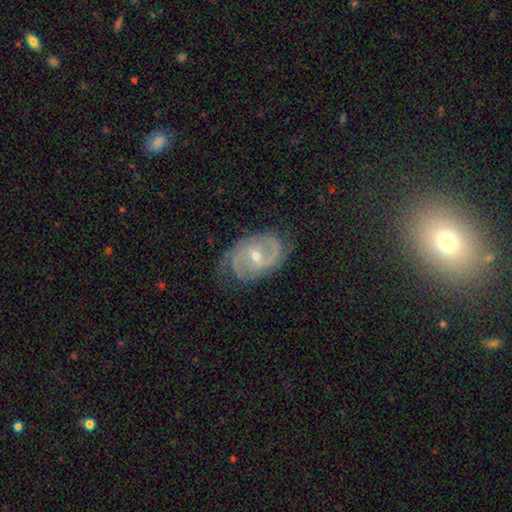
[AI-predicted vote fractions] A featured or disk galaxy (87%) with no bar (45%), 2 (68%) medium (44%, tied with tight) spiral arms (97%) and a small central bulge (50%).

Vote fractions:
- Smooth or featured? featured or disk: 87% / smooth: 7% / star or artifact: 6%
- Edge-on disk? no: 97% / yes: 3%
- Bar? no: 45% / weak: 42% / strong: 13%
- Spiral arms? yes: 97% / no: 3%
- Spiral winding? medium: 44% (tied) / tight: 44% (tied) / loose: 12%
- Spiral arm count? 2: 68% / 3: 13% / can't tell: 10% / 1: 3% / 4: 3% / more than 4: 3%
- Bulge size? small: 50% / moderate: 47% / large: 1% / none: 1% / dominant: 1%
- Merging? none: 72% / minor disturbance: 20% / major disturbance: 7% / merger: 1%